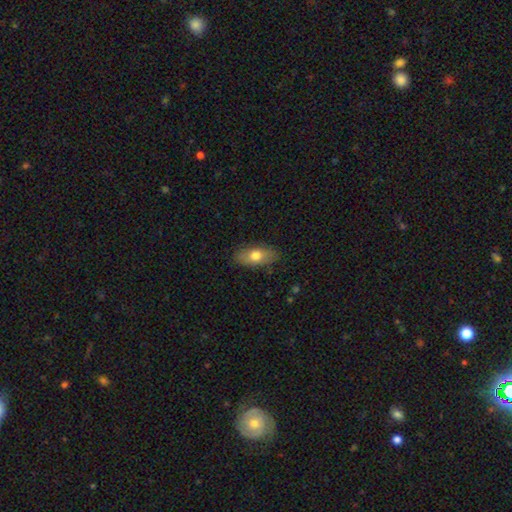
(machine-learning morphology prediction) This is likely a smooth galaxy (73%). How rounded: clearly in between (87%). Merging: clearly none (83%).